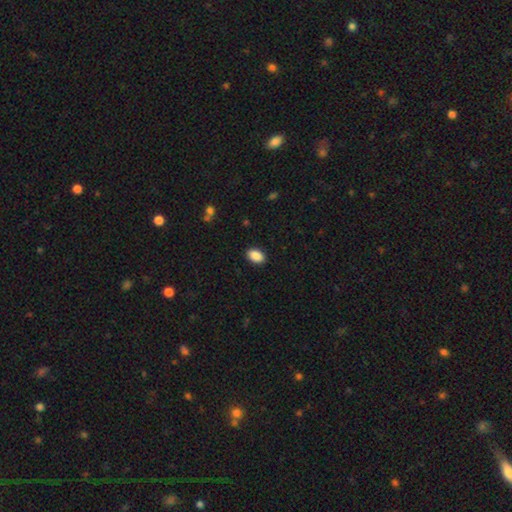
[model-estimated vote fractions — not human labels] smooth_or_featured: smooth (p=0.89) [alt: star or artifact p=0.08]
how_rounded: in between (p=0.90) [alt: round p=0.08]
merging: none (p=0.90) [alt: minor disturbance p=0.07]